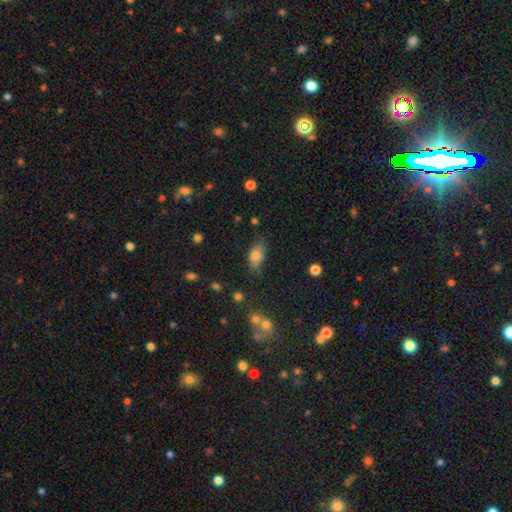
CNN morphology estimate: smooth_or_featured: smooth (p=0.75) [alt: featured or disk p=0.15]
how_rounded: in between (p=0.86) [alt: round p=0.09]
merging: none (p=0.65) [alt: minor disturbance p=0.24]